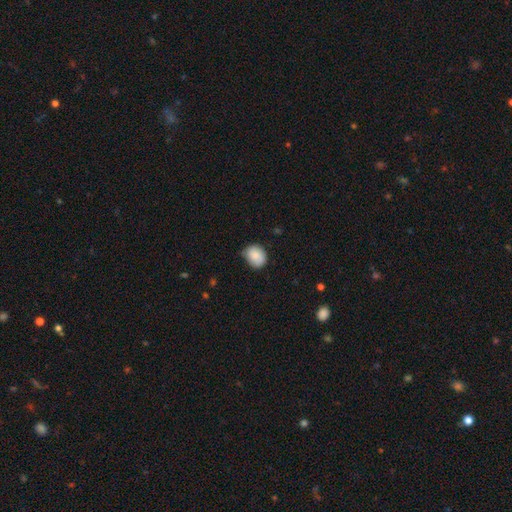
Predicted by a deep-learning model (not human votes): A smooth galaxy with no disk features (86%) that is round (57%).

Vote fractions:
- Smooth or featured? smooth: 86% / star or artifact: 8% / featured or disk: 6%
- How rounded? round: 57% / in between: 42% / cigar-shaped: 1%
- Merging? none: 65% / minor disturbance: 29% / major disturbance: 4% / merger: 1%